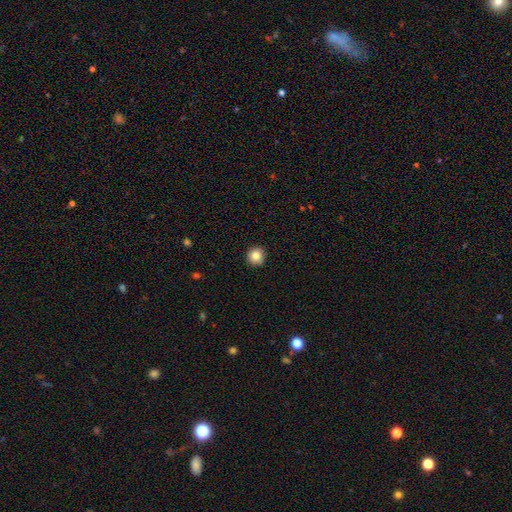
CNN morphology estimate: Q: Smooth or featured?
A: smooth (83%); runner-up: star or artifact (10%)
Q: How rounded?
A: round (94%); runner-up: in between (5%)
Q: Merging?
A: none (93%); runner-up: minor disturbance (5%)